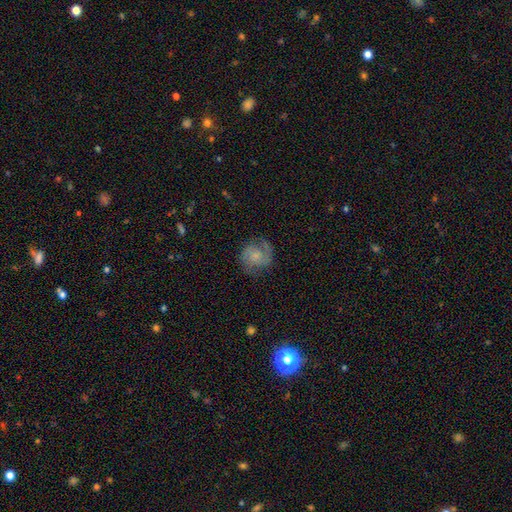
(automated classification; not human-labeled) A featured or disk galaxy (75%) with no bar (70%), 2 (82%) medium (48%) spiral arms (95%) and a small central bulge (59%).

Vote fractions:
- Smooth or featured? featured or disk: 75% / smooth: 18% / star or artifact: 7%
- Edge-on disk? no: 98% / yes: 2%
- Bar? no: 70% / weak: 26% / strong: 4%
- Spiral arms? yes: 95% / no: 5%
- Spiral winding? medium: 48% / tight: 34% / loose: 18%
- Spiral arm count? 2: 82% / can't tell: 6% / 1: 5% / 3: 4% / 4: 1% / more than 4: 1%
- Bulge size? small: 59% / moderate: 21% / none: 16% / large: 3% / dominant: 1%
- Merging? none: 75% / minor disturbance: 16% / major disturbance: 8% / merger: 1%